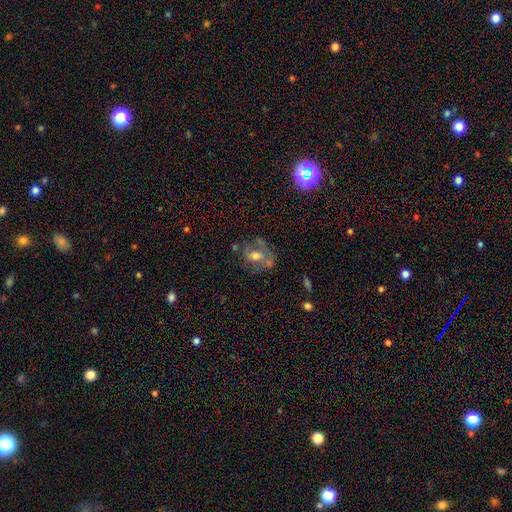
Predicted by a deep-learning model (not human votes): Smooth or featured: featured or disk — 51% (smooth — 37%)
Edge-on disk: no — 95% (yes — 5%)
Merging: none — 44% (minor disturbance — 23%)